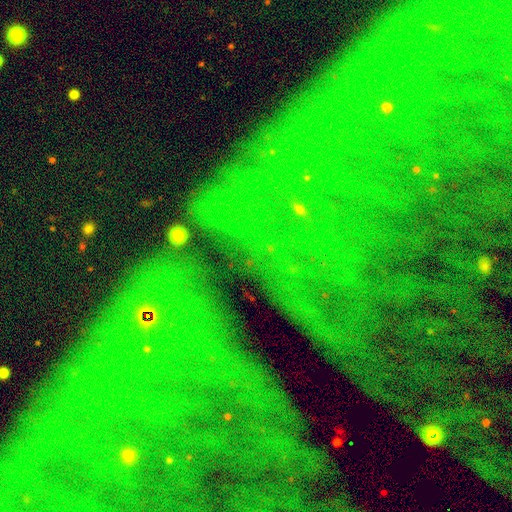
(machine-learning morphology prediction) Smooth or featured? Predicted: star or artifact (p=0.81).